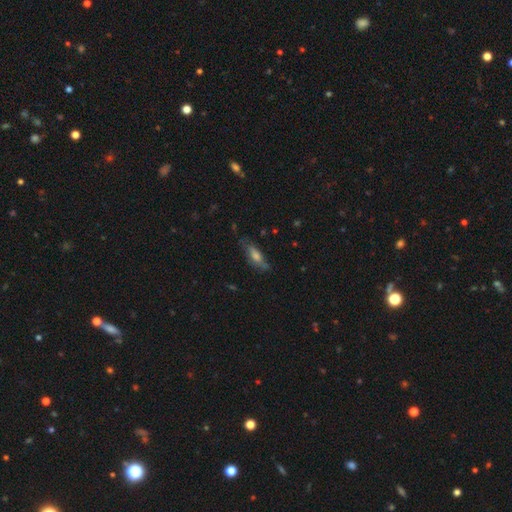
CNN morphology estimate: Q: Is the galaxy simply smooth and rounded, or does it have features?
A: smooth — 47%.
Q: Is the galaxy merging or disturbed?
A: none — 66%.